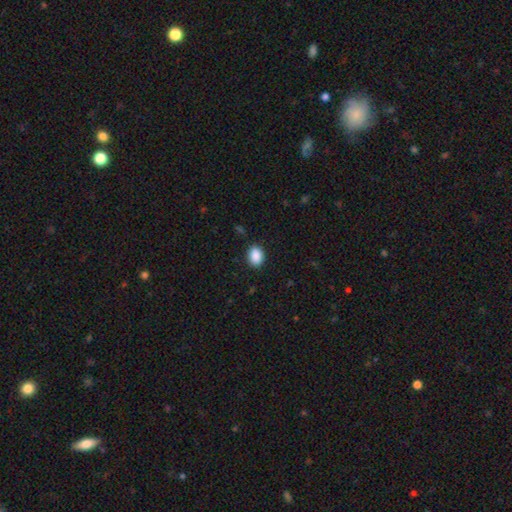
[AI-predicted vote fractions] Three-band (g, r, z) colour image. It shows a smooth galaxy with no disk features (89%) that is in between round and cigar-shaped (71%). Merging: none (88%).